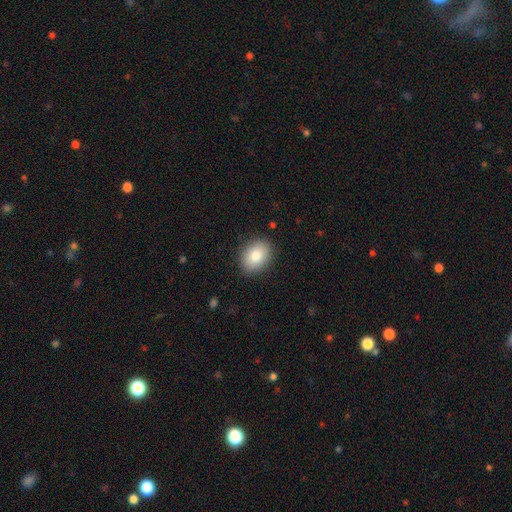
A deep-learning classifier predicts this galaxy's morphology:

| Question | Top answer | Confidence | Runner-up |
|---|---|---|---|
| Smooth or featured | smooth | 83% | featured or disk (9%) |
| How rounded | in between | 64% | round (35%) |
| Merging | none | 88% | minor disturbance (8%) |